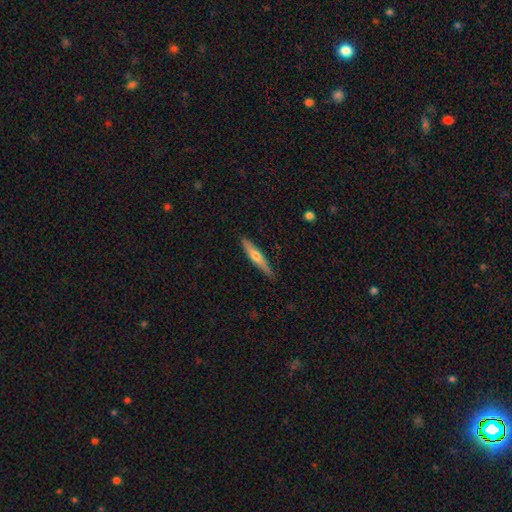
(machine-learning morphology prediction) A smooth galaxy with no disk features (48%).

Vote fractions:
- Smooth or featured? smooth: 48% / featured or disk: 47% / star or artifact: 6%
- Merging? none: 87% / minor disturbance: 10% / major disturbance: 2% / merger: 1%